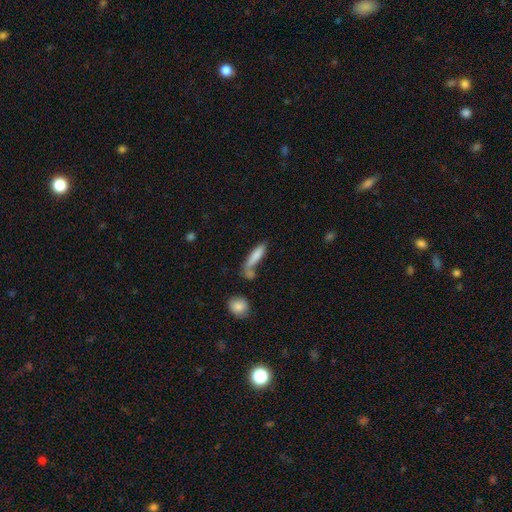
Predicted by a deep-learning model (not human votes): smooth-or-featured: smooth: 76% | featured or disk: 16% | star or artifact: 8%
  how-rounded: cigar-shaped: 66% | in between: 31% | round: 3%
  merging: none: 40% | merger: 29% | minor disturbance: 17% | major disturbance: 13%